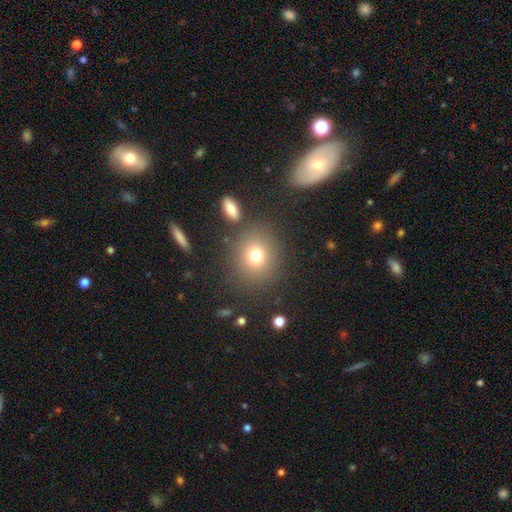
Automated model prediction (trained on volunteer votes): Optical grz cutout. It shows a smooth galaxy with no disk features (75%) that is round (75%). Merging: none (80%).